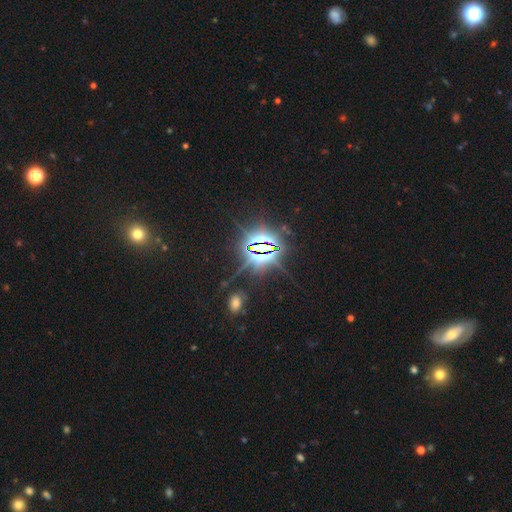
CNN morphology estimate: Smooth or featured? star or artifact (85%)